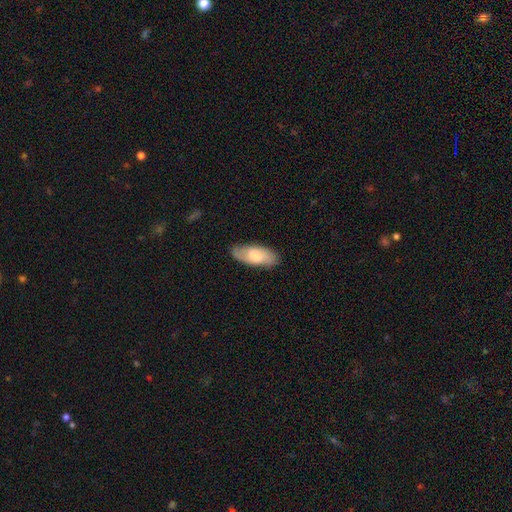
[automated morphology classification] This is likely a smooth galaxy (63%). How rounded: clearly in between (83%). Merging: likely none (80%).